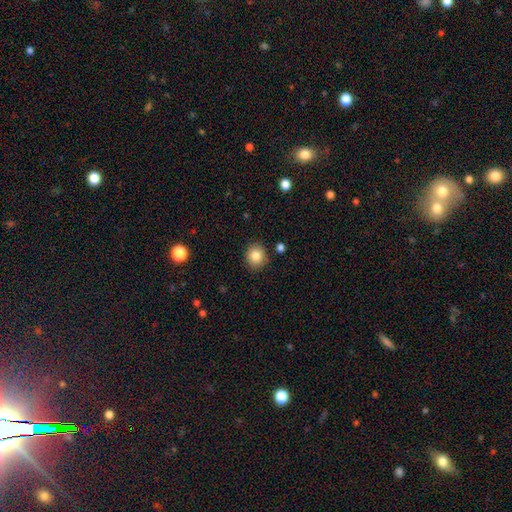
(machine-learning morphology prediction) This is clearly a smooth galaxy (83%). How rounded: clearly round (83%). Merging: clearly none (88%).